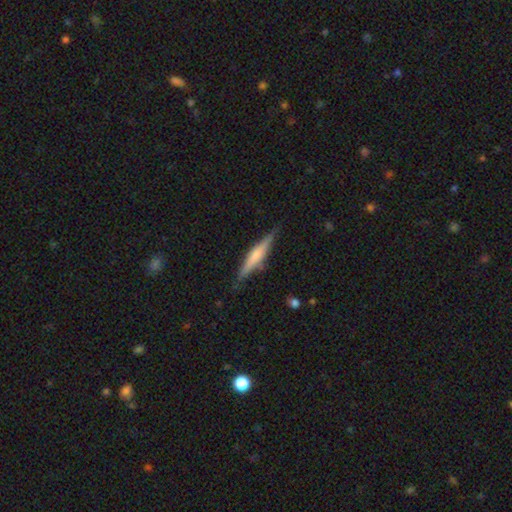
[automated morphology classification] Overall: featured or disk (53%; smooth 41%). Edge-on disk: yes (96%). Edge-on bulge: rounded (50%; none 26%). Merging: none (84%).